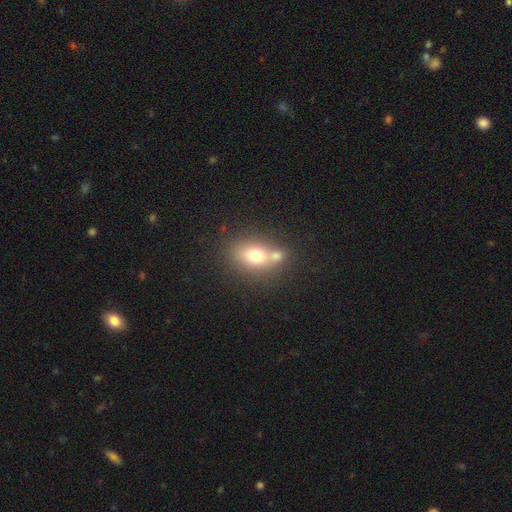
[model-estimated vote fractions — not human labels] A smooth galaxy with no disk features (70%) that is in between round and cigar-shaped (67%). Merging: merger (43%).